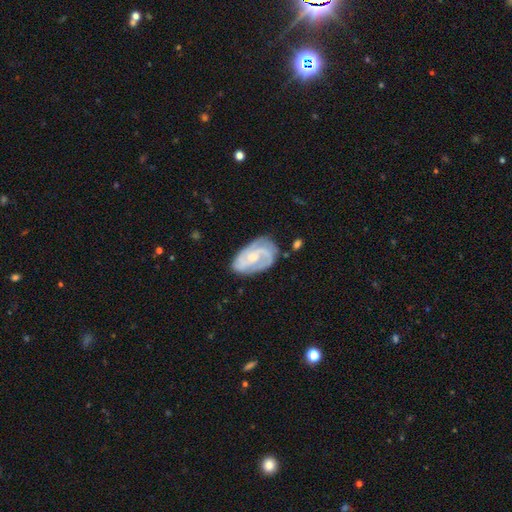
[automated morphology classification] smooth_or_featured: featured or disk (p=0.68) [alt: smooth p=0.22]
disk_edge_on: no (p=0.95) [alt: yes p=0.05]
bar: no (p=0.44) [alt: weak p=0.40]
has_spiral_arms: yes (p=0.83) [alt: no p=0.17]
spiral_winding: tight (p=0.52) [alt: medium p=0.34]
spiral_arm_count: 2 (p=0.50) [alt: can't tell p=0.29]
bulge_size: small (p=0.54) [alt: moderate p=0.39]
merging: none (p=0.69) [alt: minor disturbance p=0.21]